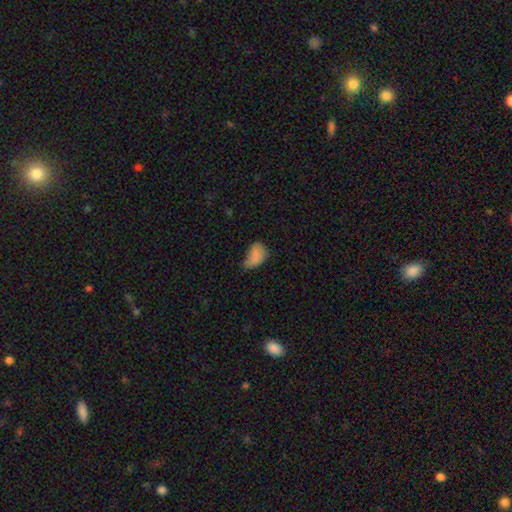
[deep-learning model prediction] A smooth galaxy with no disk features (75%) that is in between round and cigar-shaped (88%). Merging: minor disturbance (41%).